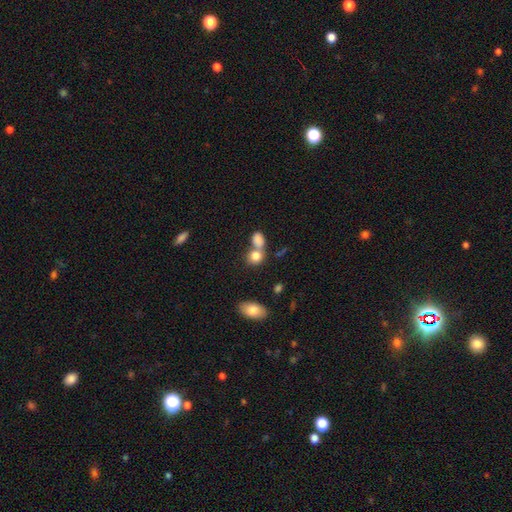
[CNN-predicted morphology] smooth 82%, star or artifact 9%, featured or disk 9%. Down the decision tree: how rounded — round (58%); merging — merger (48%).